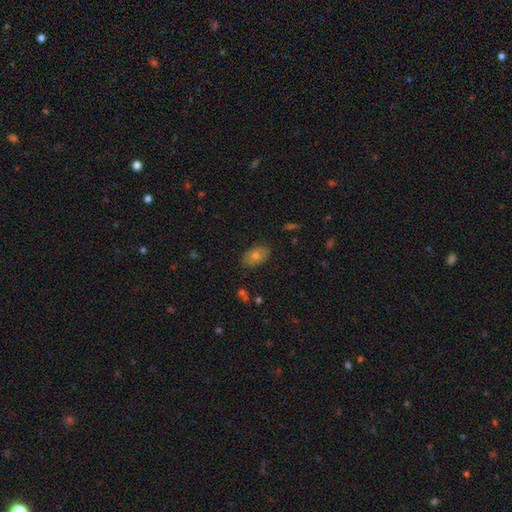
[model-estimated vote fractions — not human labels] smooth 65%, featured or disk 22%, star or artifact 13%. Down the decision tree: how rounded — in between (87%); merging — none (84%).